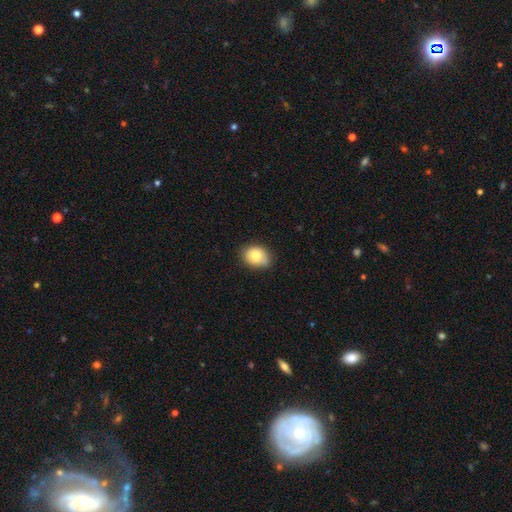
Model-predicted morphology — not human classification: A smooth galaxy with no disk features (80%) that is in between round and cigar-shaped (56%). Merging: none (77%).